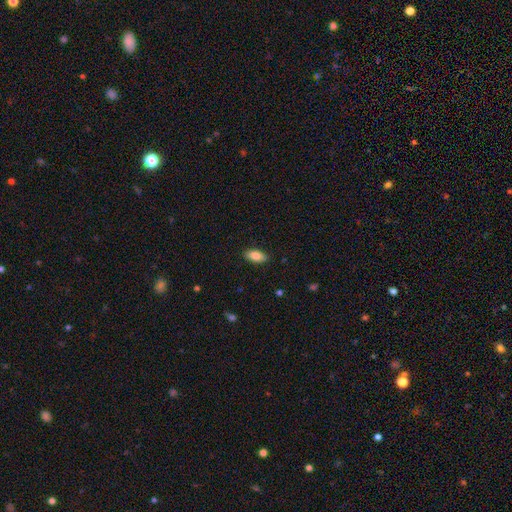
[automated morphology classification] type=smooth (85%); roundness=in between (90%); merging=none (88%).